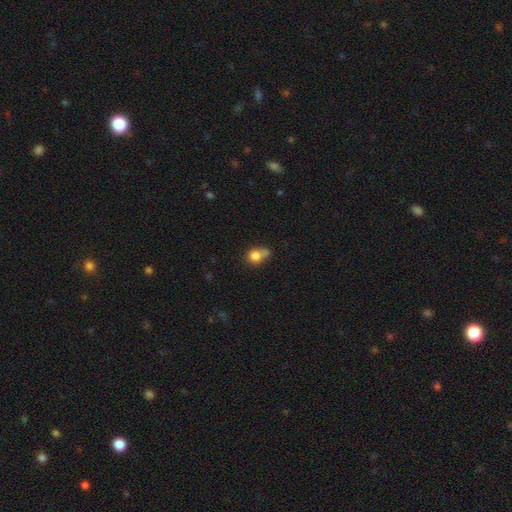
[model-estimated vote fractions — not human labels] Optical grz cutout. It shows a smooth galaxy with no disk features (79%) that is round (69%). Merging: none (40%).